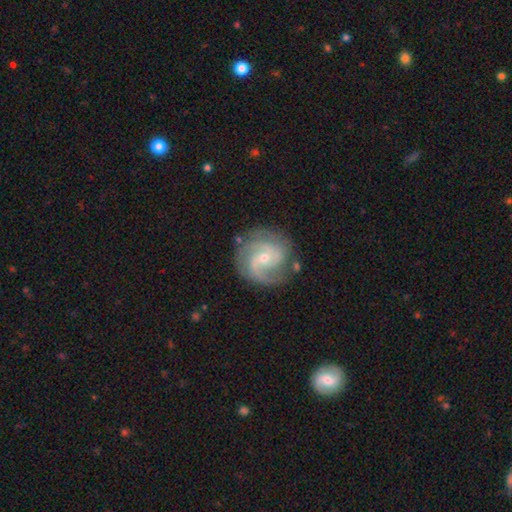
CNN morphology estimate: Smooth or featured: featured or disk — 87% (smooth — 7%)
Edge-on disk: no — 98% (yes — 2%)
Bar: no — 53% (weak — 38%)
Spiral arms: yes — 97% (no — 3%)
Spiral winding: medium — 50% (tight — 34%)
Spiral arm count: 2 — 55% (3 — 23%)
Bulge size: small — 63% (moderate — 34%)
Merging: none — 76% (minor disturbance — 16%)